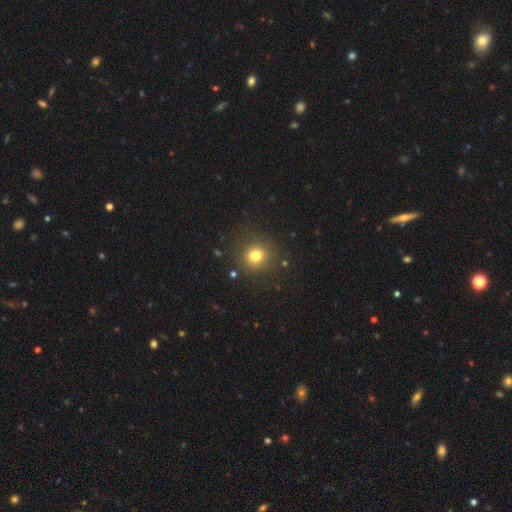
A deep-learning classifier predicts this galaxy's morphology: The model was most divided on "smooth or featured": smooth: 77%, star or artifact: 15%, featured or disk: 8%. More confident: how rounded — round (88%); merging — none (84%).